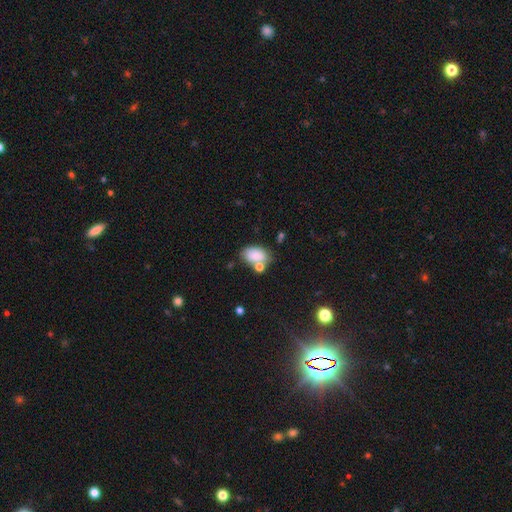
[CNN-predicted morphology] Smooth or featured? smooth (83%)
How rounded? in between (89%)
Merging? none (53%)